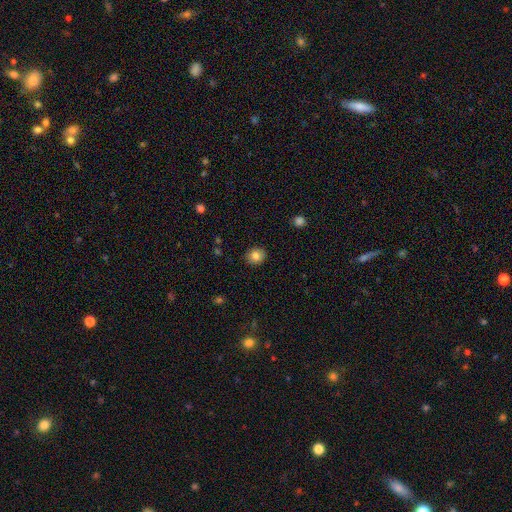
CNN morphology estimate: smooth-or-featured: smooth: 81% | star or artifact: 10% | featured or disk: 9%
  how-rounded: round: 65% | in between: 34% | cigar-shaped: 1%
  merging: none: 88% | minor disturbance: 9% | major disturbance: 2% | merger: 1%